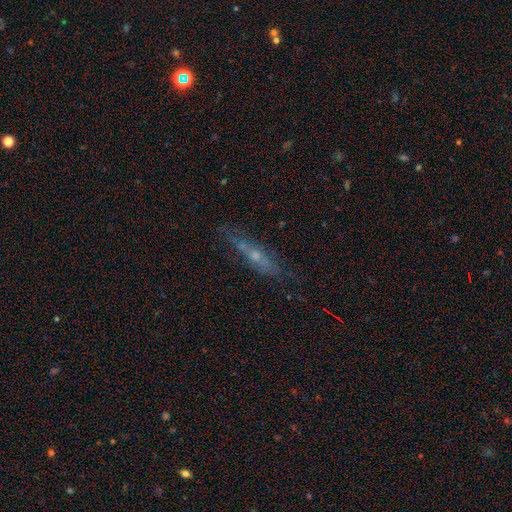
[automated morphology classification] The model was most divided on "smooth or featured": featured or disk: 57%, smooth: 30%, star or artifact: 13%. More confident: merging — none (66%); edge-on disk — yes (65%).